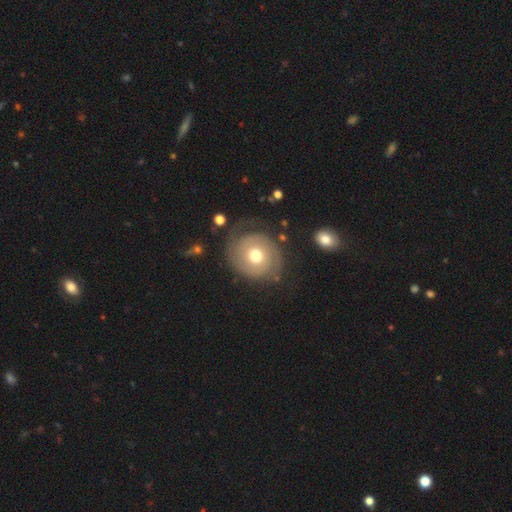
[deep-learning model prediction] Morphology: type=featured or disk (66%); edge-on=no (97%); bar=no (80%); spiral arms=yes (85%); winding=tight (56%); arm count=2 (69%); bulge=moderate (74%); merging=none (67%).